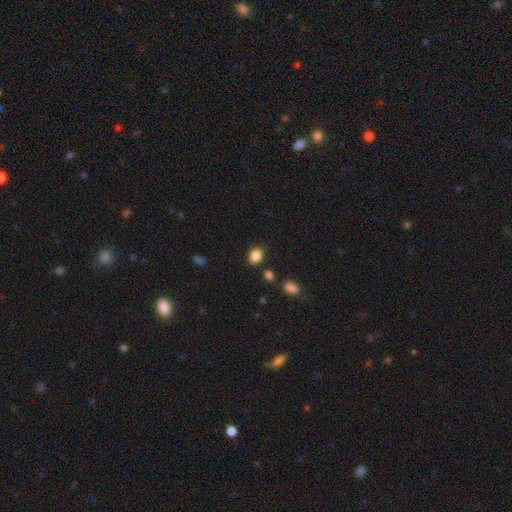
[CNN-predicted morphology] The model was most divided on "how rounded": in between: 64%, round: 35%, cigar-shaped: 1%. More confident: smooth or featured — smooth (85%); merging — none (78%).